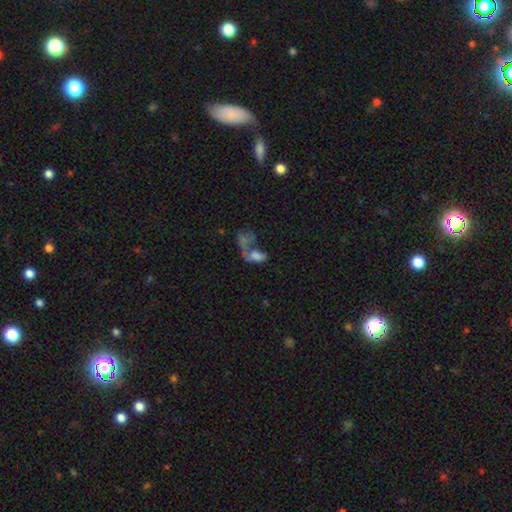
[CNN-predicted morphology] Smooth or featured: smooth — 57% (featured or disk — 27%)
How rounded: in between — 85% (round — 10%)
Merging: merger — 58% (major disturbance — 19%)